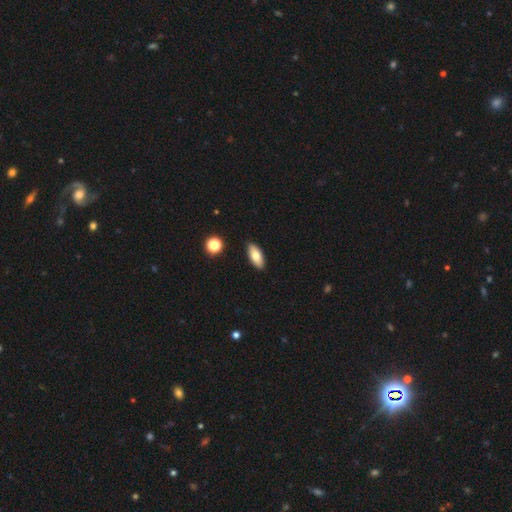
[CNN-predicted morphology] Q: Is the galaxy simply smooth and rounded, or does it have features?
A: smooth — 75%.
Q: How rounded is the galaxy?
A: in between — 82%.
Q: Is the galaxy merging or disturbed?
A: none — 89%.